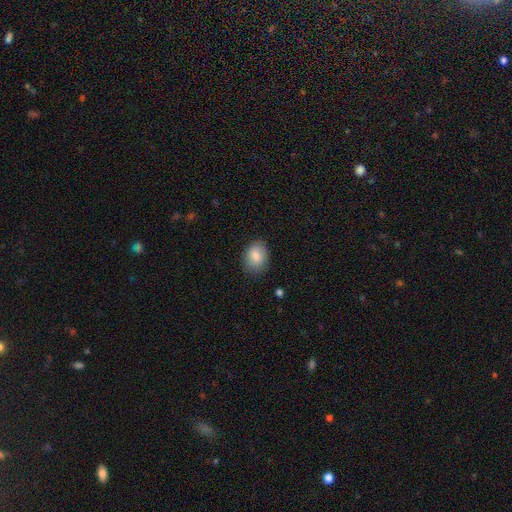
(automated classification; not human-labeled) Morphology: type=smooth (85%); roundness=in between (65%); merging=none (83%).